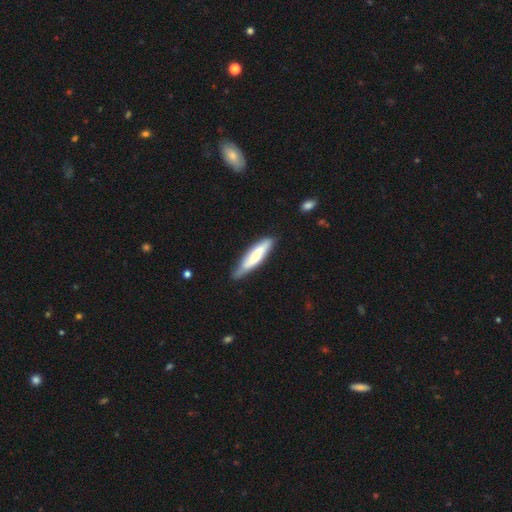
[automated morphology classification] This is possibly a smooth galaxy (60%). How rounded: likely cigar-shaped (77%). Merging: likely none (64%).